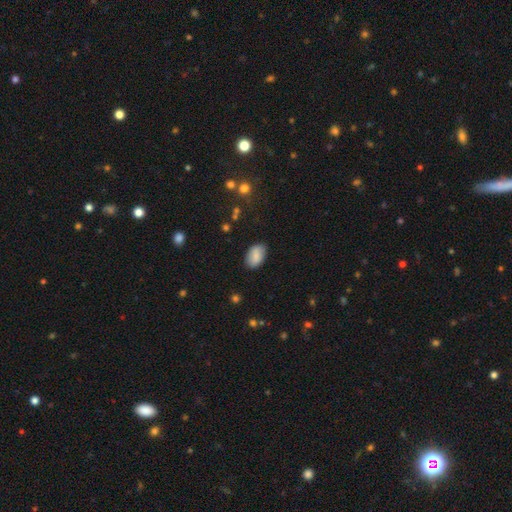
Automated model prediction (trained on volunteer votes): This appears to be a smooth galaxy with no disk features (85%) that is in between round and cigar-shaped (92%). Merging: none (84%).